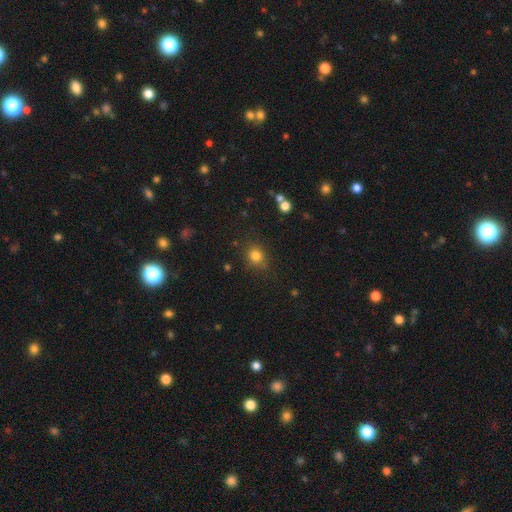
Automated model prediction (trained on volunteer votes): smooth 80%, star or artifact 13%, featured or disk 6%. Down the decision tree: how rounded — round (75%); merging — none (77%).